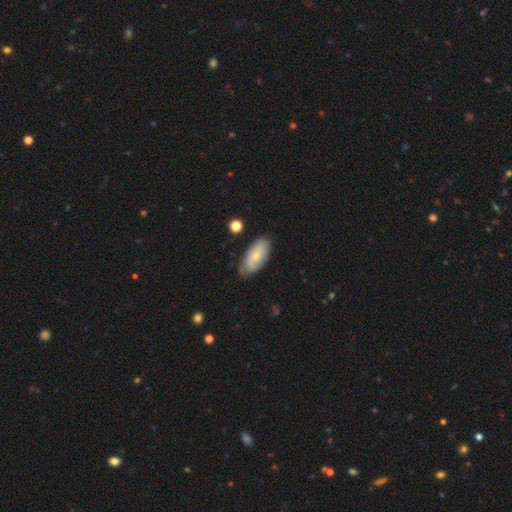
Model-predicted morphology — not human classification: Overall: smooth (58%; featured or disk 35%). How rounded: in between (88%). Merging: none (75%).